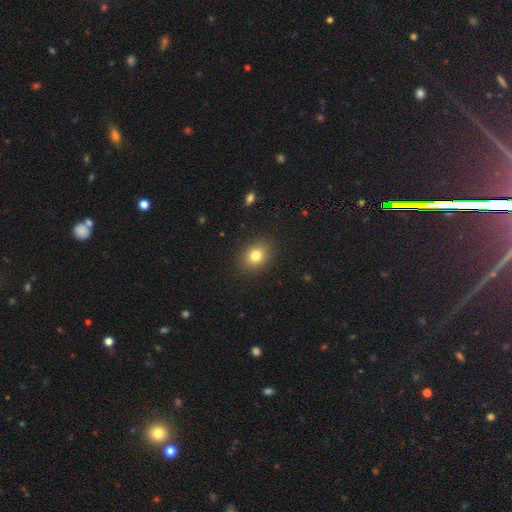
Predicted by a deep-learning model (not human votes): The model was most divided on "how rounded": in between: 52%, round: 47%, cigar-shaped: 1%. More confident: merging — none (89%); smooth or featured — smooth (80%).